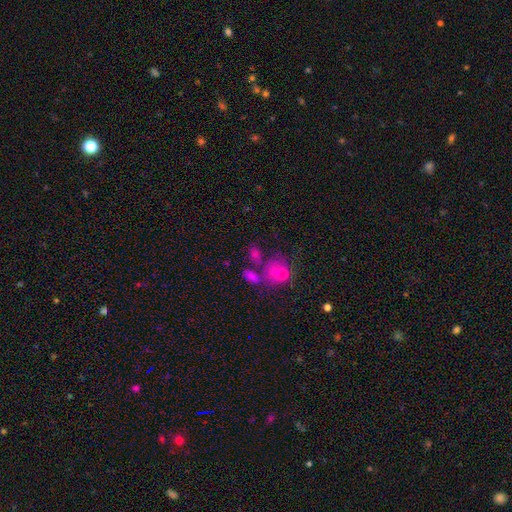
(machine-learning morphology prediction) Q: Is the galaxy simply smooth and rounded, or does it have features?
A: smooth — 66%.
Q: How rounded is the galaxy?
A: in between — 63%.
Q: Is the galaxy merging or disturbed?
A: none — 38%.